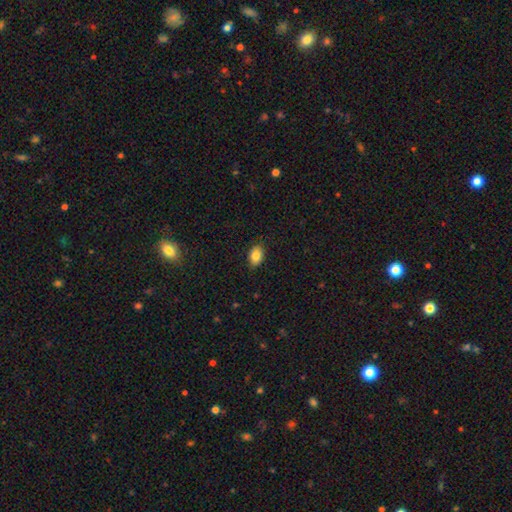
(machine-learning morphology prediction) smooth 83%, star or artifact 9%, featured or disk 8%. Down the decision tree: how rounded — in between (84%); merging — none (86%).